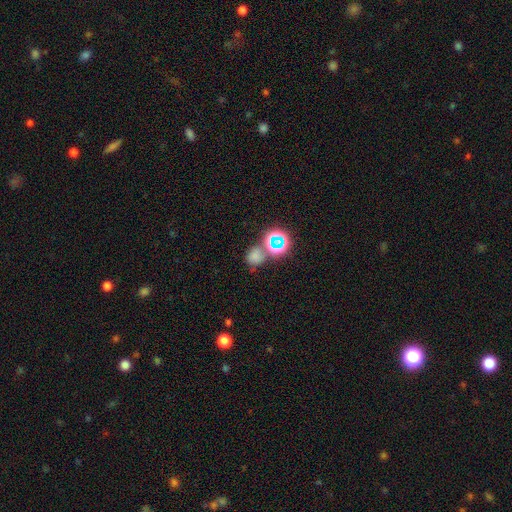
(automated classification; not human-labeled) Q: Smooth or featured?
A: smooth (60%); runner-up: star or artifact (31%)
Q: How rounded?
A: round (72%); runner-up: in between (26%)
Q: Merging?
A: none (56%); runner-up: merger (25%)